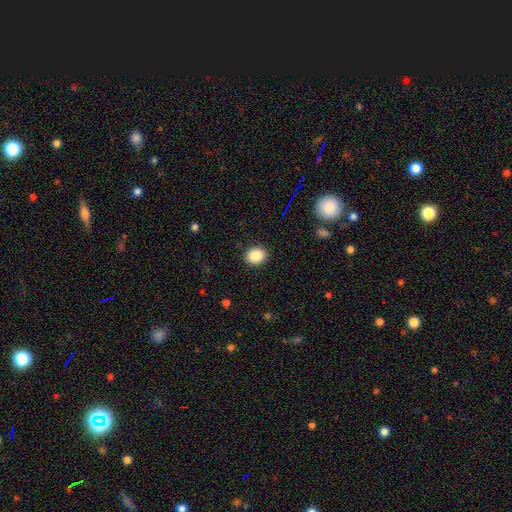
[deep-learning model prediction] A smooth galaxy with no disk features (87%) that is round (55%). Merging: none (91%).